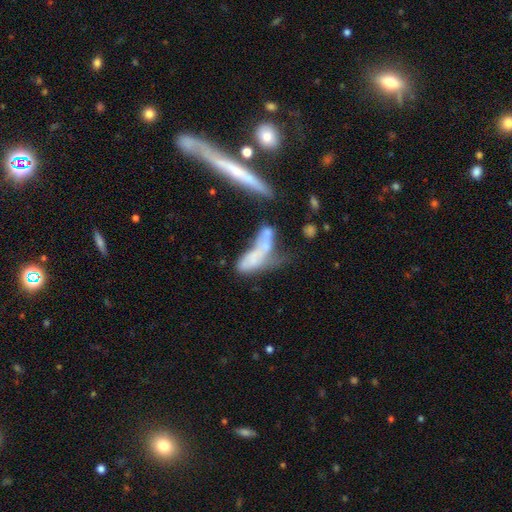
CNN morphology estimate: Smooth or featured? Predicted: smooth (p=0.47). Merging? Predicted: merger (p=0.48).